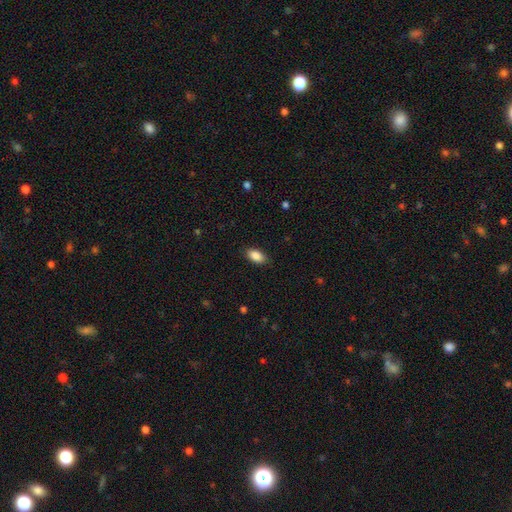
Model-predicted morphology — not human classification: smooth-or-featured: smooth: 88% | star or artifact: 7% | featured or disk: 5%
  how-rounded: in between: 92% | cigar-shaped: 4% | round: 4%
  merging: none: 87% | minor disturbance: 10% | major disturbance: 2% | merger: 1%